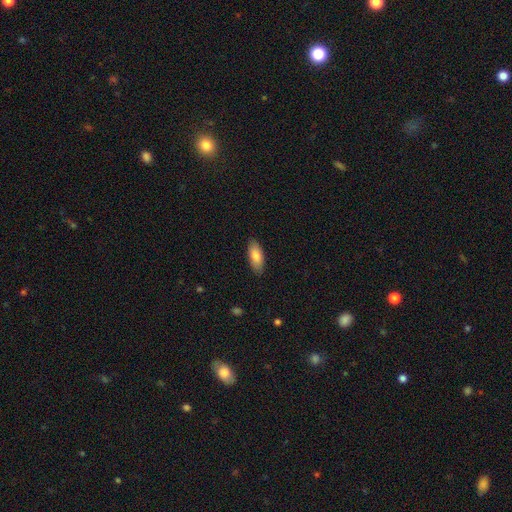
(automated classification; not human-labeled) This is clearly a smooth galaxy (83%). How rounded: clearly in between (83%). Merging: clearly none (87%).